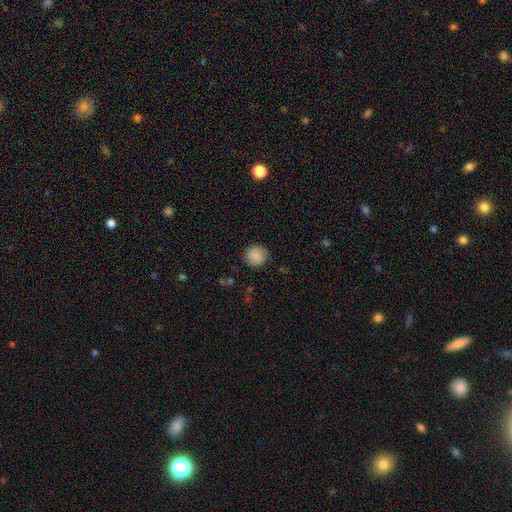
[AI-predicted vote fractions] Morphology: type=smooth (87%); roundness=round (92%); merging=none (86%).